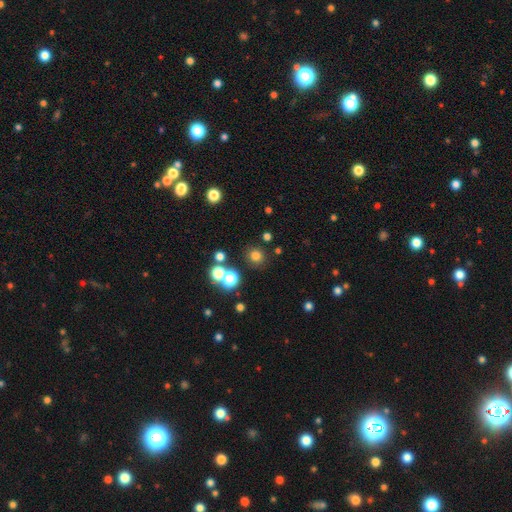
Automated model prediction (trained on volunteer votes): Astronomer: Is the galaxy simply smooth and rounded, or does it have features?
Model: smooth — 73%.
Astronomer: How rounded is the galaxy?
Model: round — 91%.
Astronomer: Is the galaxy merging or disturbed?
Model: none — 82%.